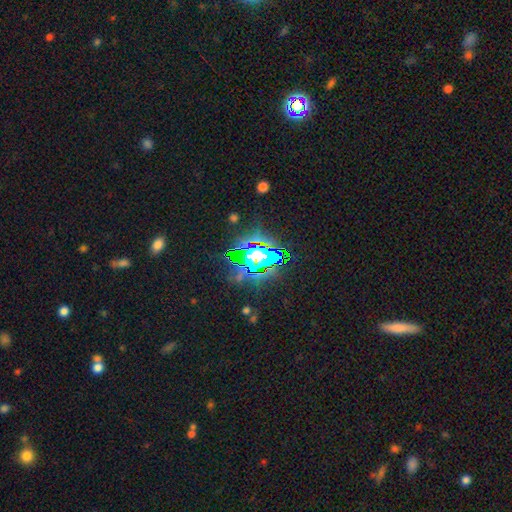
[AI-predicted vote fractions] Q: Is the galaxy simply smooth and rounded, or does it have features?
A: star or artifact — 60%.